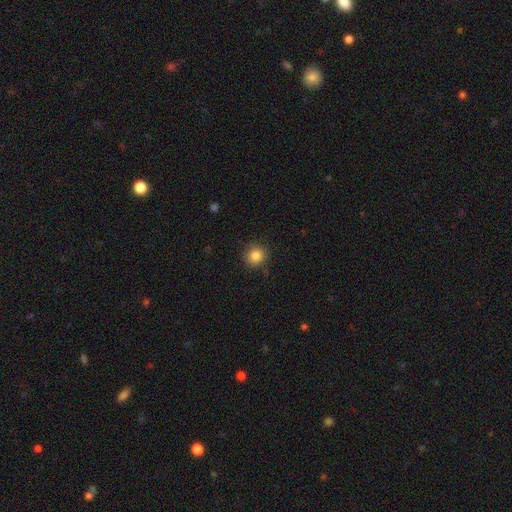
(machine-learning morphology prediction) Overall: smooth (85%). How rounded: round (91%). Merging: none (88%).